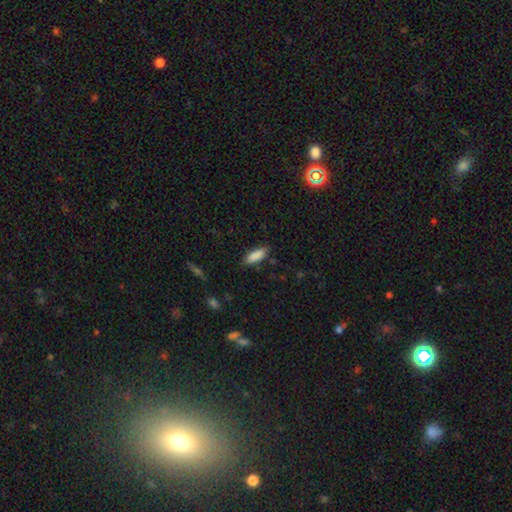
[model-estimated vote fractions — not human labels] Morphology: type=smooth (88%); roundness=in between (70%); merging=none (84%).